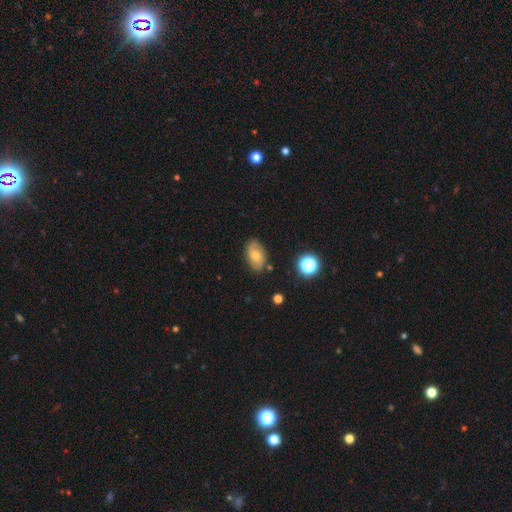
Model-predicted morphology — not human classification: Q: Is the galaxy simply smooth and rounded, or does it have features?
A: smooth — 61%.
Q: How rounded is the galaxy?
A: in between — 88%.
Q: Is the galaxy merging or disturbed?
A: none — 80%.